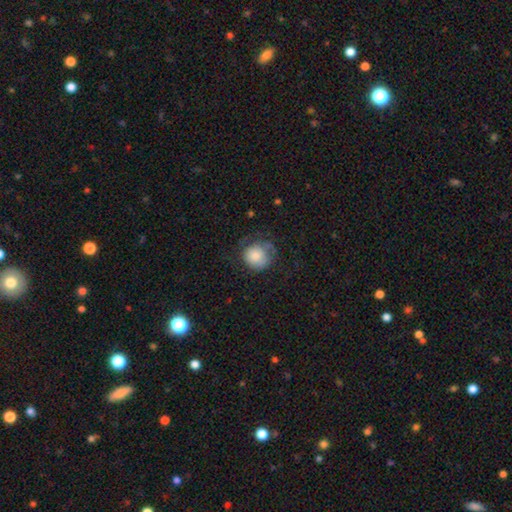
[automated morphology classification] A smooth galaxy with no disk features (75%) that is round (85%).

Vote fractions:
- Smooth or featured? smooth: 75% / featured or disk: 18% / star or artifact: 8%
- How rounded? round: 85% / in between: 14% / cigar-shaped: 1%
- Merging? none: 48% / minor disturbance: 26% / major disturbance: 24% / merger: 2%